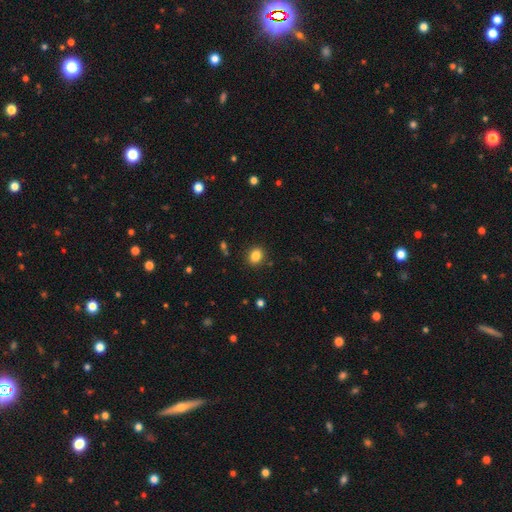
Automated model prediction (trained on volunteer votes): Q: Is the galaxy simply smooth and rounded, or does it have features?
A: smooth — 85%.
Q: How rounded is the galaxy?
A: round — 56%.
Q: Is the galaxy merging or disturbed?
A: none — 89%.